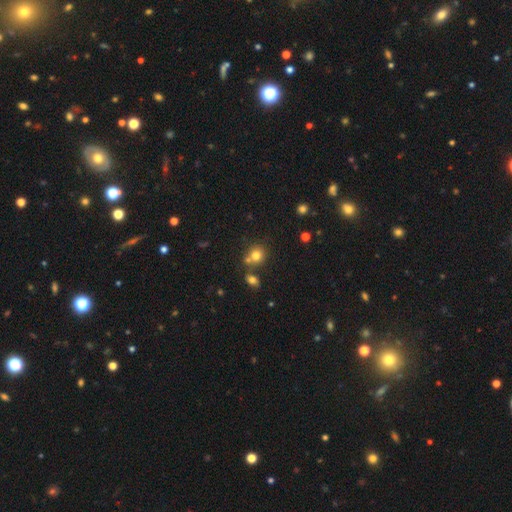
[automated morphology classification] Smooth or featured? smooth (76%)
How rounded? round (81%)
Merging? none (60%)